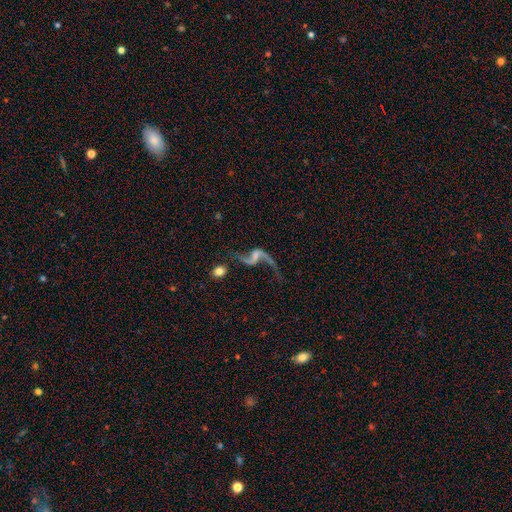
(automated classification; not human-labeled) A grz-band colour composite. It shows a featured or disk galaxy (85%) with no bar (41%), 2 (87%) loose (92%) spiral arms (93%) and a small central bulge (42%). Merging: none (52%).